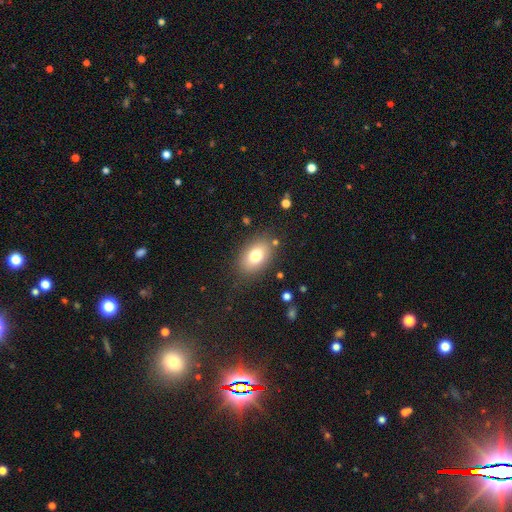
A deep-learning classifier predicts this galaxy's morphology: This is likely a smooth galaxy (77%). How rounded: clearly in between (85%). Merging: clearly none (82%).